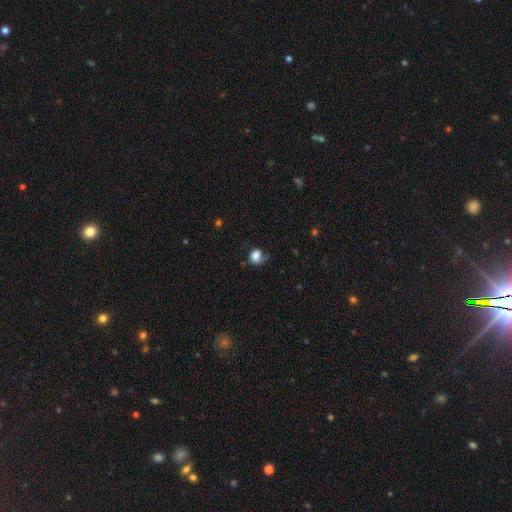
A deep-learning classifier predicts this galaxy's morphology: A smooth galaxy with no disk features (75%) that is round (57%). Merging: none (38%).